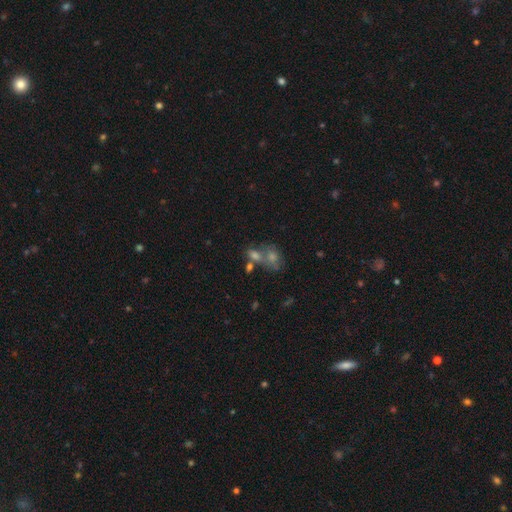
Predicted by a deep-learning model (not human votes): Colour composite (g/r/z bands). It shows a smooth galaxy with no disk features (56%) that is in between round and cigar-shaped (60%). Merging: merger (47%).